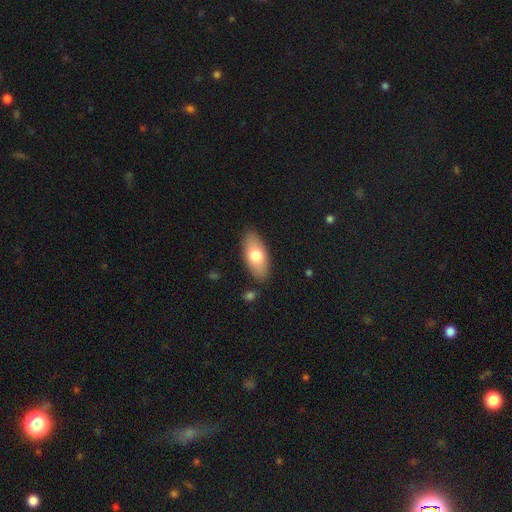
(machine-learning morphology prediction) This is likely a smooth galaxy (73%). How rounded: clearly in between (89%). Merging: clearly none (86%).